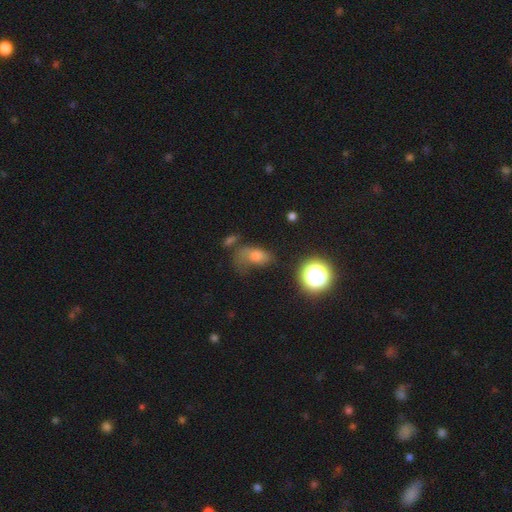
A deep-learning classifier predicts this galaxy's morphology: Smooth or featured: smooth — 64% (featured or disk — 18%)
How rounded: in between — 77% (round — 19%)
Merging: major disturbance — 34% (none — 31%)